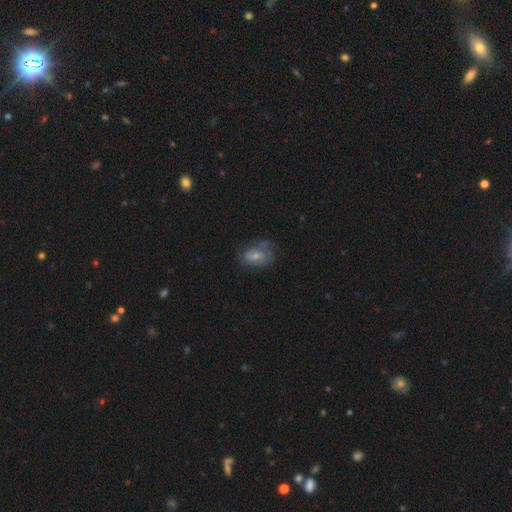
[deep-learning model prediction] Q: Smooth or featured?
A: smooth (52%); runner-up: featured or disk (38%)
Q: How rounded?
A: in between (76%); runner-up: round (22%)
Q: Merging?
A: none (49%); runner-up: minor disturbance (28%)